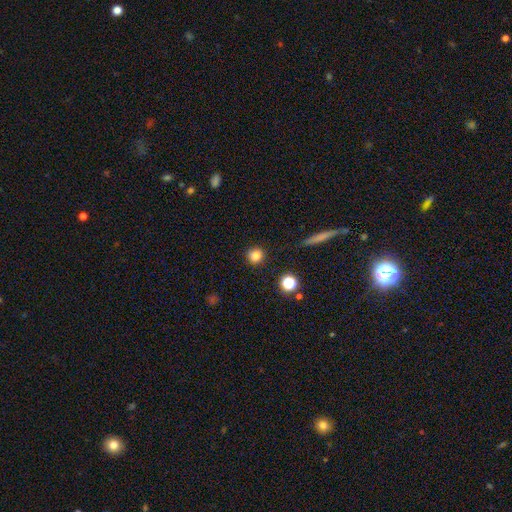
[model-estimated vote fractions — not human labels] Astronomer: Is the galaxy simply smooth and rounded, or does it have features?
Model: smooth — 83%.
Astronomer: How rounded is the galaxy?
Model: round — 91%.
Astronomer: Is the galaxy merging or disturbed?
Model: none — 90%.